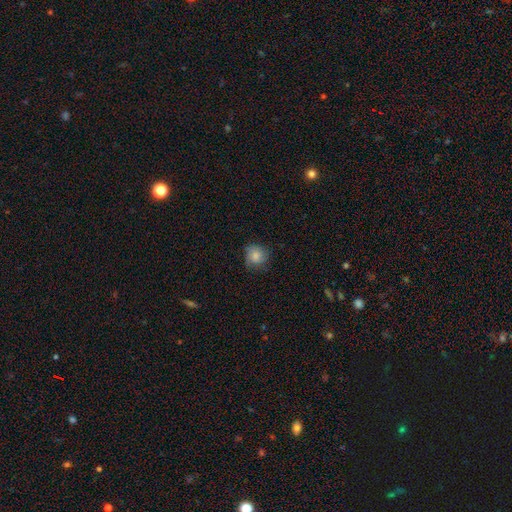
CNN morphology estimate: A smooth galaxy with no disk features (75%) that is round (85%).

Vote fractions:
- Smooth or featured? smooth: 75% / featured or disk: 17% / star or artifact: 8%
- How rounded? round: 85% / in between: 14% / cigar-shaped: 1%
- Merging? none: 71% / minor disturbance: 22% / major disturbance: 7% / merger: 1%